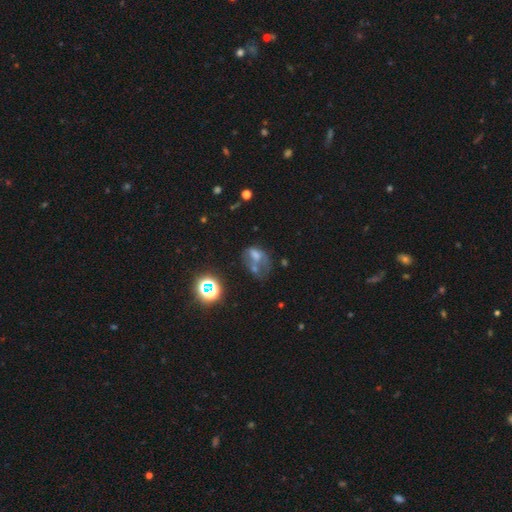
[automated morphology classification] The model was most divided on "smooth or featured": featured or disk: 36%, smooth: 35%, star or artifact: 30%. Remaining: merging — major disturbance (30%).